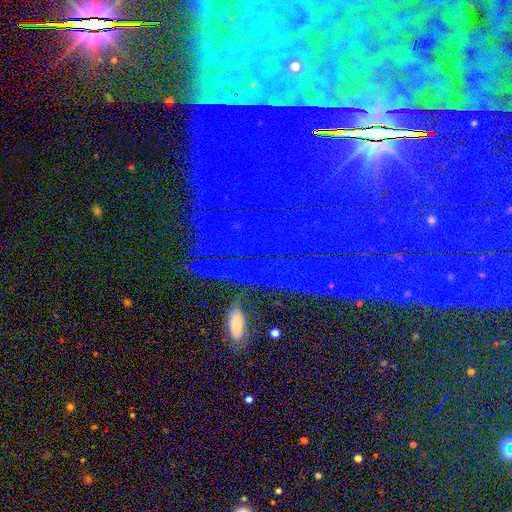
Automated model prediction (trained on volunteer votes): Q: Smooth or featured?
A: star or artifact (72%); runner-up: featured or disk (15%)